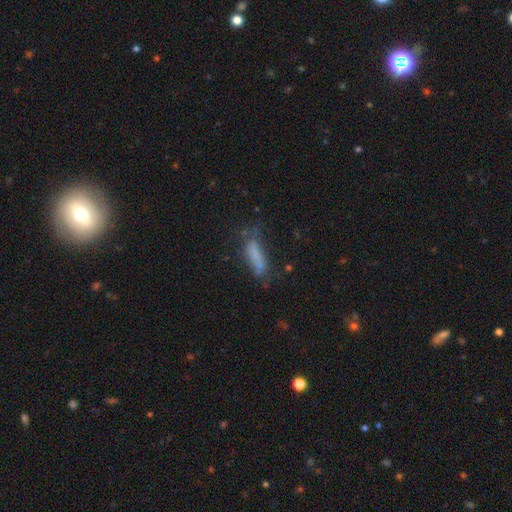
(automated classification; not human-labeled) smooth_or_featured: smooth (p=0.68) [alt: featured or disk p=0.20]
how_rounded: cigar-shaped (p=0.55) [alt: in between p=0.43]
merging: none (p=0.45) [alt: minor disturbance p=0.29]